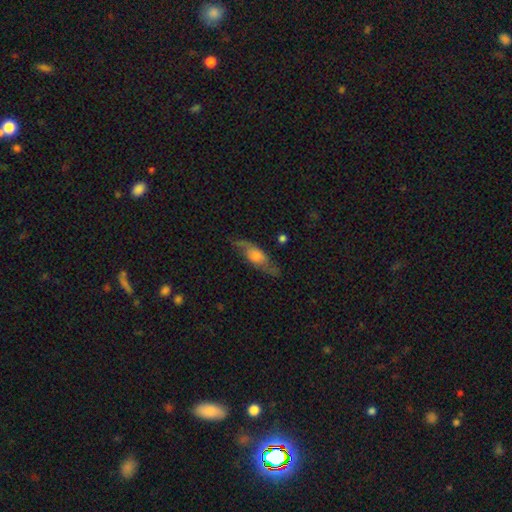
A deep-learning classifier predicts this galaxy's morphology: Smooth or featured? featured or disk (58%)
Edge-on disk? no (64%)
Merging? none (73%)